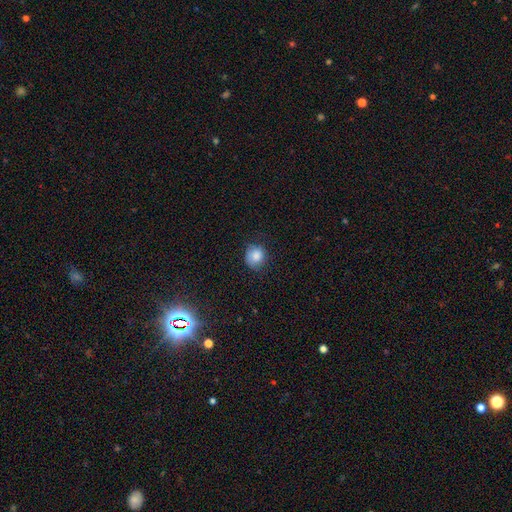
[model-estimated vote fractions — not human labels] This is clearly a smooth galaxy (83%). How rounded: likely round (77%). Merging: likely none (68%).